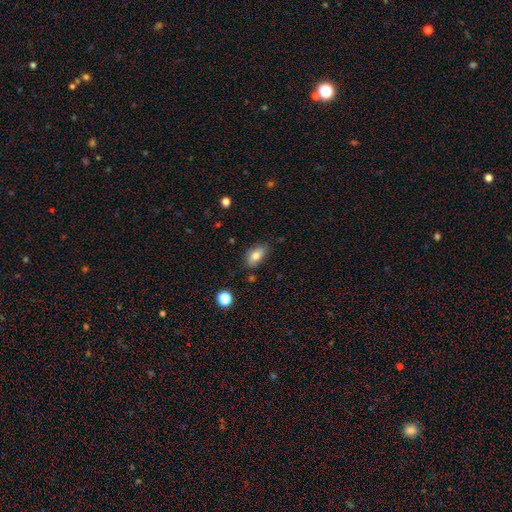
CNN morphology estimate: Smooth or featured? smooth (79%)
How rounded? in between (88%)
Merging? none (74%)